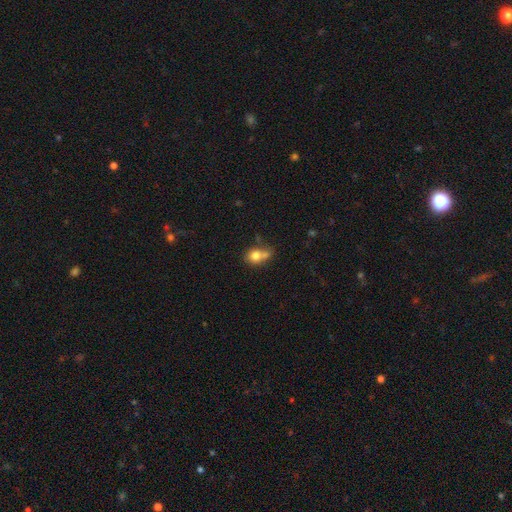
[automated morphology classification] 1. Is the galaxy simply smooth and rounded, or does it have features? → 76% smooth, 14% featured or disk, 10% star or artifact.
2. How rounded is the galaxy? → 61% round, 38% in between, 1% cigar-shaped.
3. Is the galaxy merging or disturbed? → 41% merger, 36% none, 16% minor disturbance, 7% major disturbance.